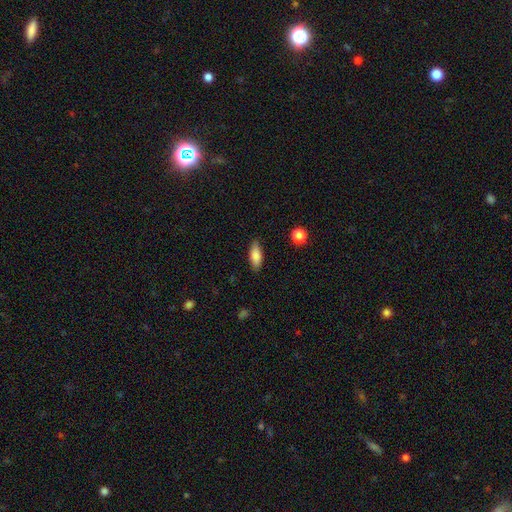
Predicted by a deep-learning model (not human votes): Smooth or featured: smooth — 82% (featured or disk — 11%)
How rounded: in between — 76% (cigar-shaped — 21%)
Merging: none — 85% (minor disturbance — 11%)